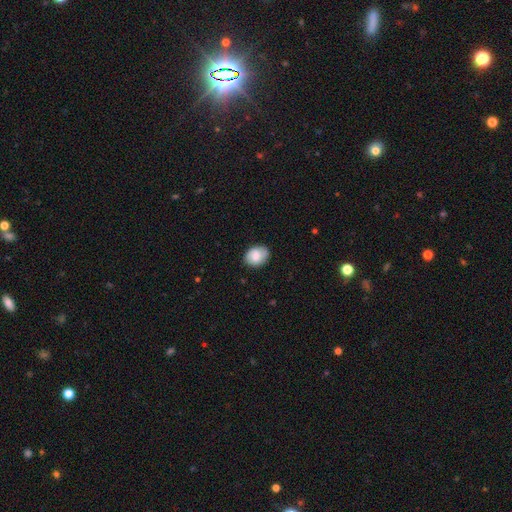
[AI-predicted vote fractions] This is likely a smooth galaxy (73%). How rounded: likely in between (64%). Merging: clearly none (81%).